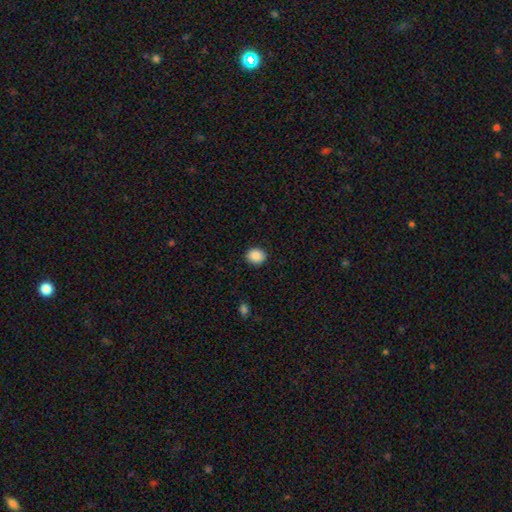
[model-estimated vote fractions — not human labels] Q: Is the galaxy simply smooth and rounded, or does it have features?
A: smooth — 90%.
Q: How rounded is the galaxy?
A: round — 65%.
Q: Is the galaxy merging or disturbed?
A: none — 90%.